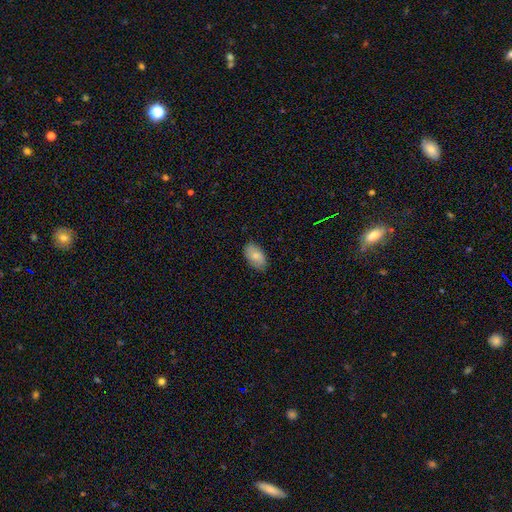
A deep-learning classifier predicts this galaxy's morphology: The model was most divided on "smooth or featured": smooth: 77%, featured or disk: 16%, star or artifact: 6%. More confident: how rounded — in between (94%); merging — none (82%).